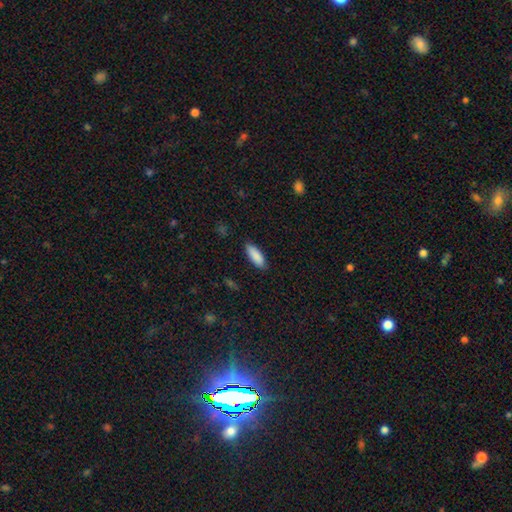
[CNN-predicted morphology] A smooth galaxy with no disk features (89%) that is in between round and cigar-shaped (65%).

Vote fractions:
- Smooth or featured? smooth: 89% / star or artifact: 6% / featured or disk: 5%
- How rounded? in between: 65% / cigar-shaped: 34% / round: 2%
- Merging? none: 87% / minor disturbance: 10% / major disturbance: 2% / merger: 1%